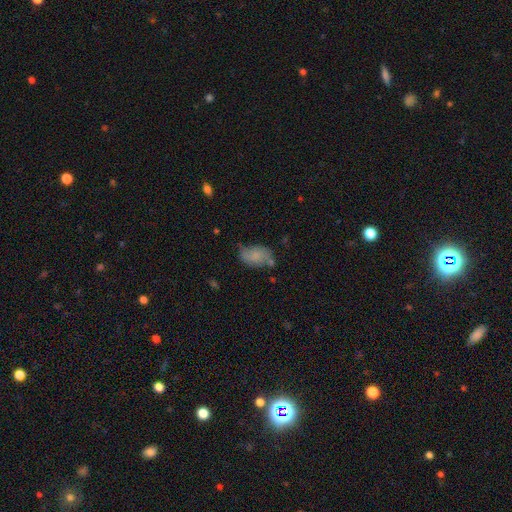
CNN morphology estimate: type=smooth (69%); roundness=in between (90%); merging=none (53%).